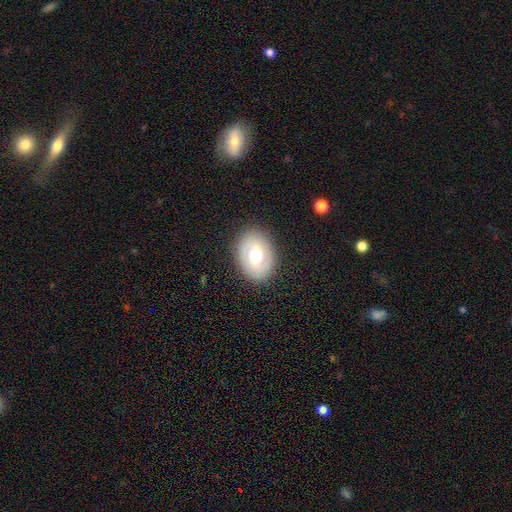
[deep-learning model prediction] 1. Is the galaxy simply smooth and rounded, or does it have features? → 52% smooth, 40% featured or disk, 8% star or artifact.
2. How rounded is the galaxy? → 73% in between, 26% round, 1% cigar-shaped.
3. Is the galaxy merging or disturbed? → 84% none, 11% minor disturbance, 5% major disturbance, 1% merger.